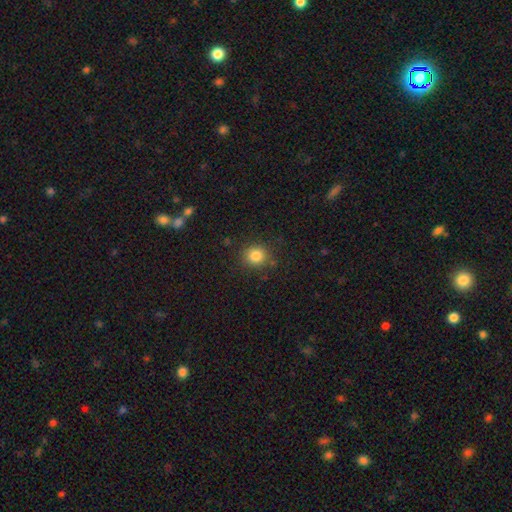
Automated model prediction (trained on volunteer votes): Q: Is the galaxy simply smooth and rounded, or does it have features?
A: smooth — 83%.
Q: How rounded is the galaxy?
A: round — 87%.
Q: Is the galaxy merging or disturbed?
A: none — 86%.